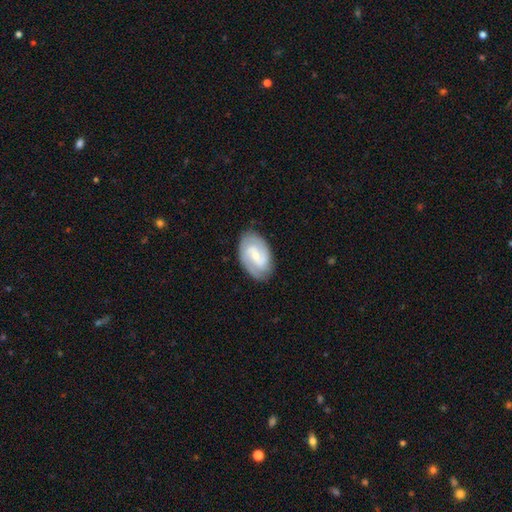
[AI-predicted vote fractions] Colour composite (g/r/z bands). It shows a featured or disk galaxy (81%) with a weak bar (53%), 2 (82%) medium (47%) spiral arms (94%) and a small central bulge (59%). Merging: none (83%).